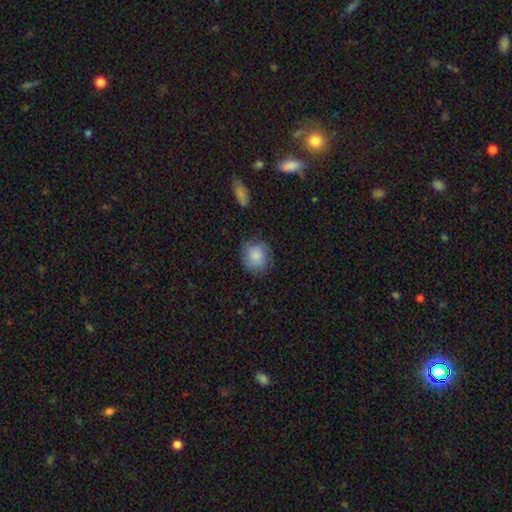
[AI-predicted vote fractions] Smooth or featured?
  - smooth: 81% *
  - featured or disk: 12%
  - star or artifact: 7%
How rounded?
  - round: 80% *
  - in between: 19%
  - cigar-shaped: 1%
Merging?
  - none: 72% *
  - minor disturbance: 21%
  - major disturbance: 6%
  - merger: 2%